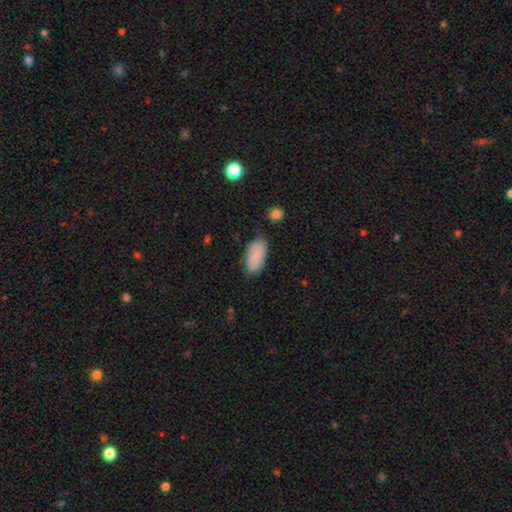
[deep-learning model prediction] smooth_or_featured: smooth (p=0.85) [alt: featured or disk p=0.08]
how_rounded: in between (p=0.93) [alt: cigar-shaped p=0.05]
merging: none (p=0.76) [alt: minor disturbance p=0.18]